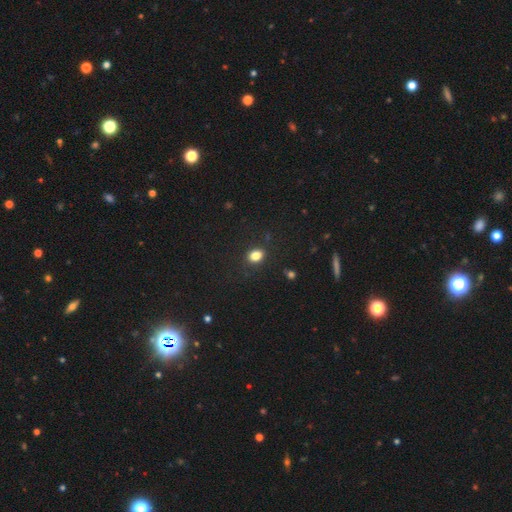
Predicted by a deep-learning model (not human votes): Q: Smooth or featured?
A: smooth (83%); runner-up: star or artifact (12%)
Q: How rounded?
A: in between (58%); runner-up: round (41%)
Q: Merging?
A: none (85%); runner-up: minor disturbance (10%)